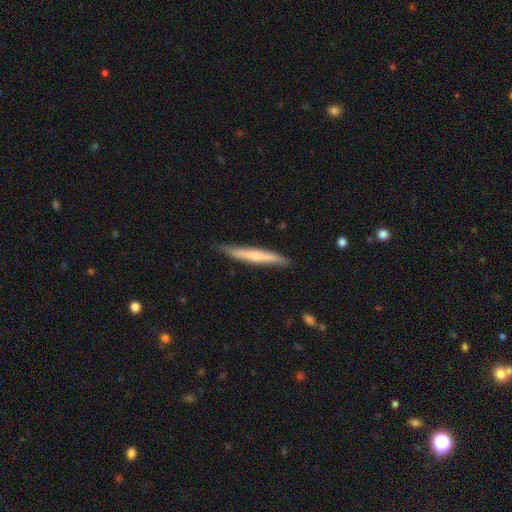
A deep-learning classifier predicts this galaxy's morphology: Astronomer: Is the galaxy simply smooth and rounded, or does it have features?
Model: featured or disk — 48% (runner-up: smooth, 47%).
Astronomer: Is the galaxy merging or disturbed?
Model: none — 83%.